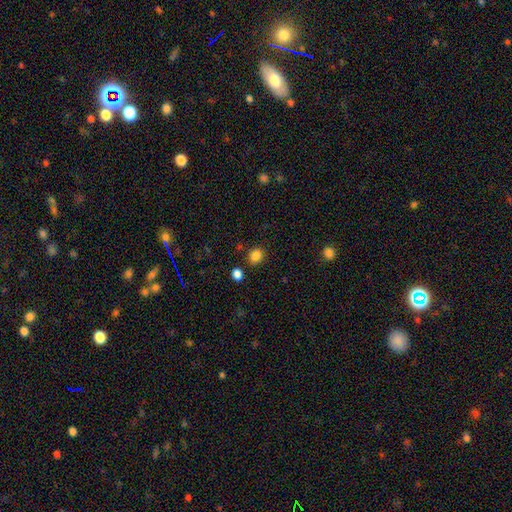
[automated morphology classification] This appears to be a smooth galaxy with no disk features (85%) that is round (66%). Merging: none (84%).